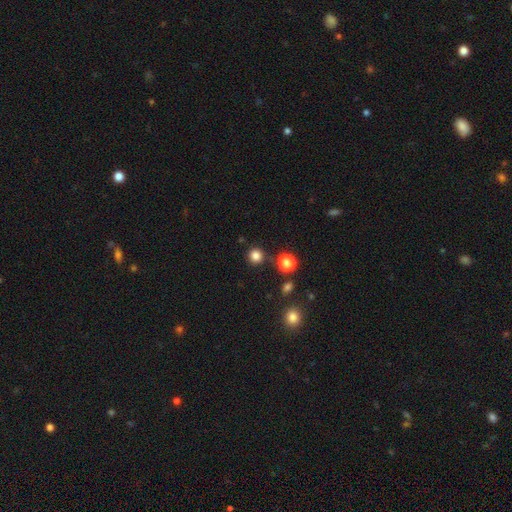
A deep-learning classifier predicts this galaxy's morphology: Q: Smooth or featured?
A: smooth (82%); runner-up: star or artifact (14%)
Q: How rounded?
A: round (94%); runner-up: in between (5%)
Q: Merging?
A: none (87%); runner-up: minor disturbance (6%)